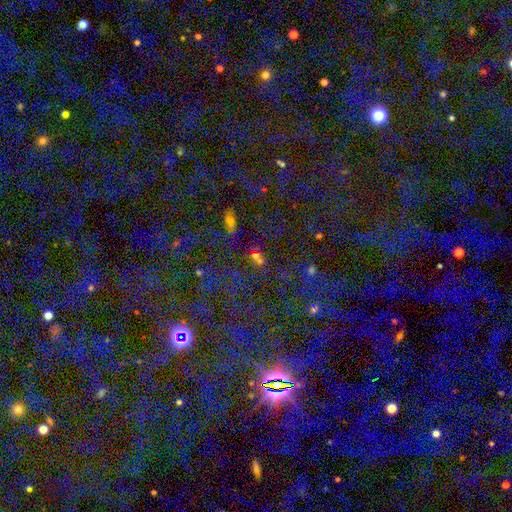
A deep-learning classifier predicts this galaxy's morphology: The model was most divided on "smooth or featured": smooth: 46%, star or artifact: 44%, featured or disk: 11%. More confident: merging — none (61%).